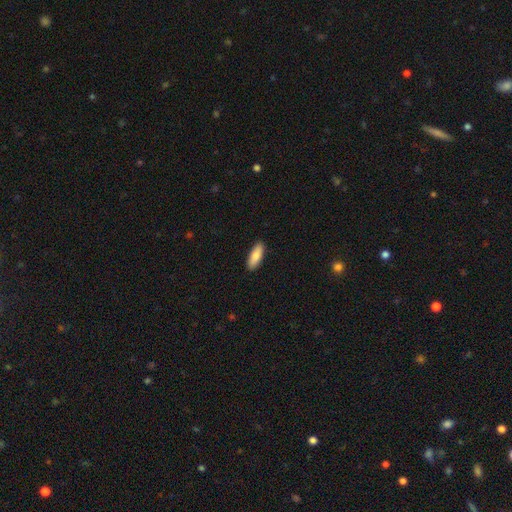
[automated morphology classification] Overall: smooth (85%). How rounded: in between (67%; cigar-shaped 32%). Merging: none (90%).